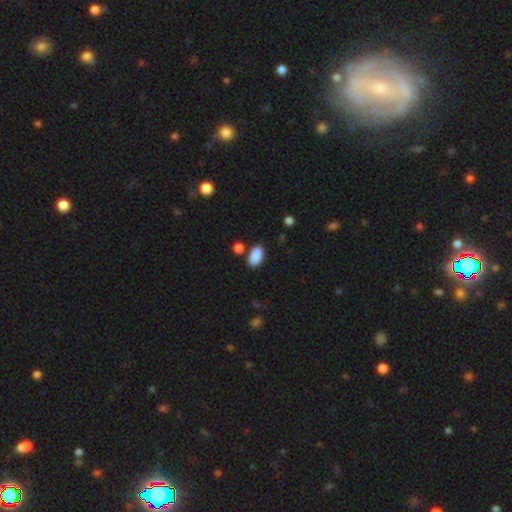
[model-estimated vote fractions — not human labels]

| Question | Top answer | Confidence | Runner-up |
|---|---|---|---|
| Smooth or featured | smooth | 89% | star or artifact (7%) |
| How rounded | in between | 93% | round (4%) |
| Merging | none | 78% | minor disturbance (11%) |